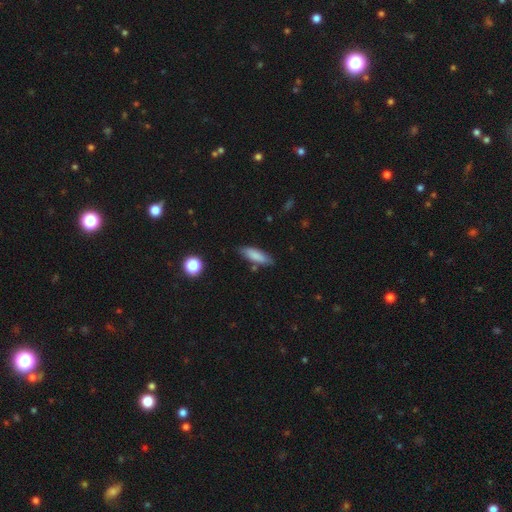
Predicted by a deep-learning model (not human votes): A smooth galaxy with no disk features (83%) that is in between round and cigar-shaped (52%).

Vote fractions:
- Smooth or featured? smooth: 83% / featured or disk: 10% / star or artifact: 7%
- How rounded? in between: 52% / cigar-shaped: 47% / round: 2%
- Merging? none: 79% / minor disturbance: 15% / merger: 3% / major disturbance: 3%